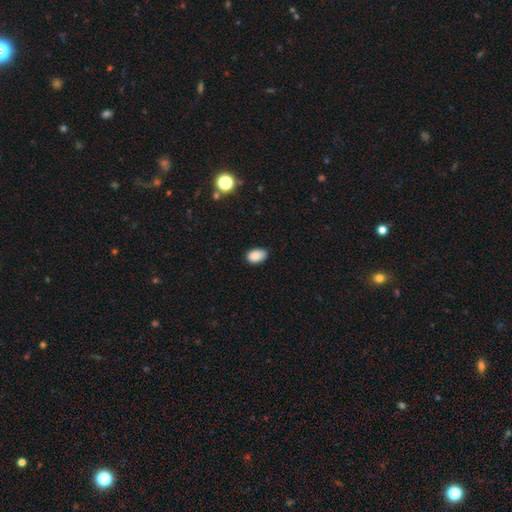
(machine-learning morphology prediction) type=smooth (87%); roundness=in between (88%); merging=none (80%).